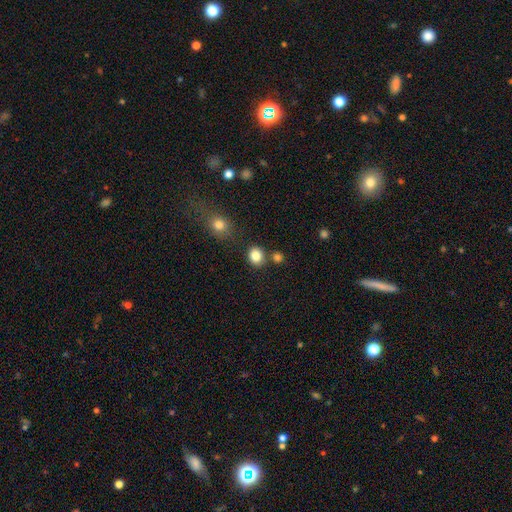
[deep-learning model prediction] Smooth or featured: smooth — 85% (star or artifact — 10%)
How rounded: round — 71% (in between — 28%)
Merging: none — 76% (merger — 11%)